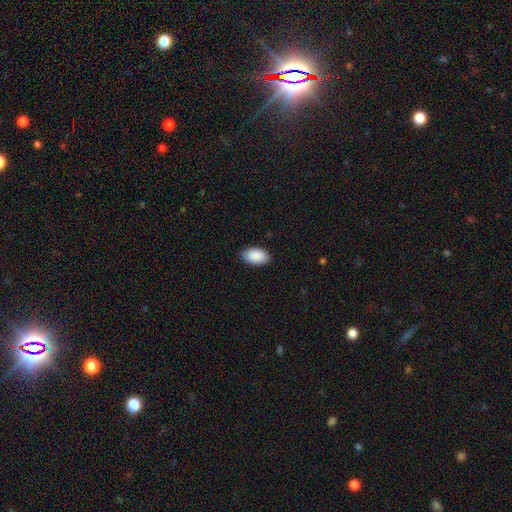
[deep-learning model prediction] Overall: smooth (90%). How rounded: in between (95%). Merging: none (87%).